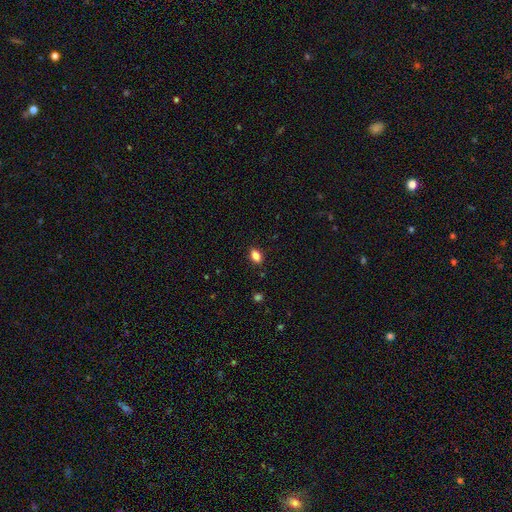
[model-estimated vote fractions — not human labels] This appears to be a smooth galaxy with no disk features (83%) that is in between round and cigar-shaped (85%). Merging: none (87%).